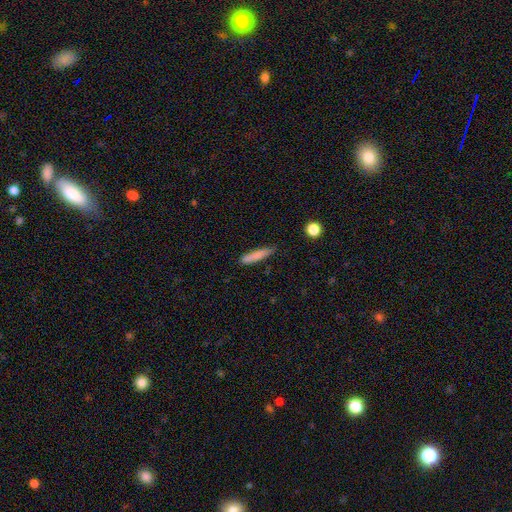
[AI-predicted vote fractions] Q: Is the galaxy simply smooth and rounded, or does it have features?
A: smooth — 80%.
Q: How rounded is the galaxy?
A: cigar-shaped — 90%.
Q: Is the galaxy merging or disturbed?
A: none — 79%.